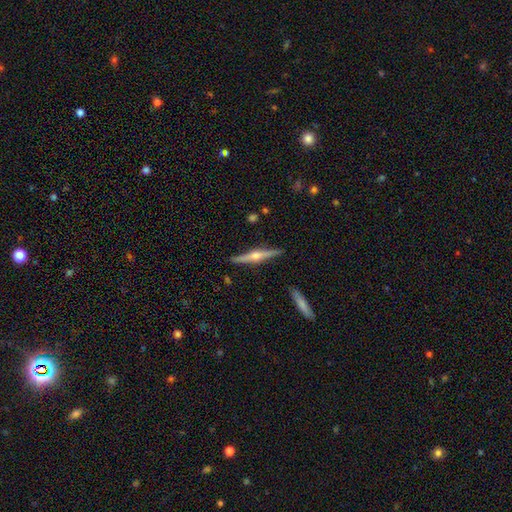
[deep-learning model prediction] smooth-or-featured: featured or disk: 80% | smooth: 15% | star or artifact: 5%
  disk-edge-on: yes: 98% | no: 2%
    edge-on-bulge: rounded: 93% | boxy: 4% | none: 3%
  merging: none: 90% | minor disturbance: 7% | major disturbance: 1% | merger: 1%